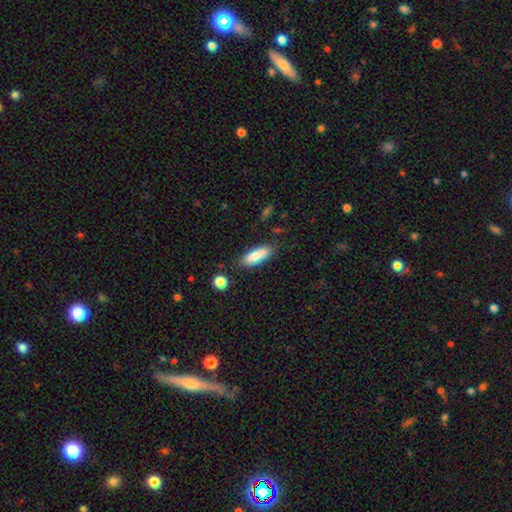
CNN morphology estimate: Q: Smooth or featured?
A: smooth (82%); runner-up: featured or disk (11%)
Q: How rounded?
A: in between (56%); runner-up: cigar-shaped (43%)
Q: Merging?
A: none (80%); runner-up: minor disturbance (13%)